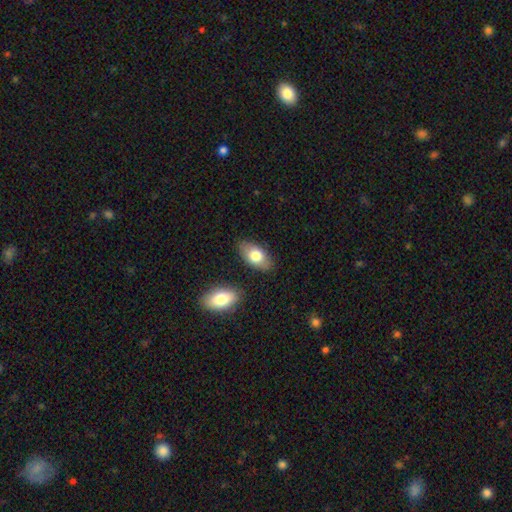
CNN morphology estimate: Overall: smooth (76%). How rounded: in between (93%). Merging: none (82%).